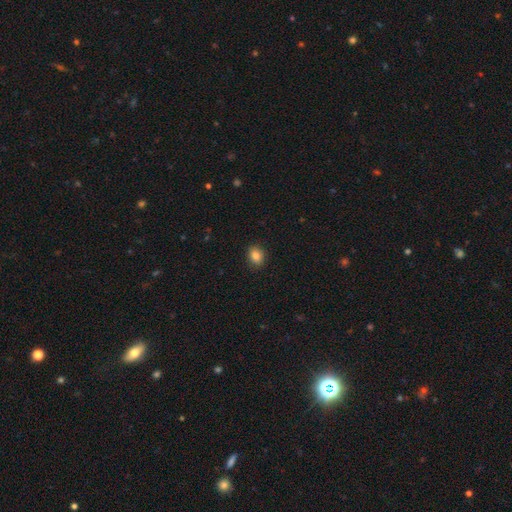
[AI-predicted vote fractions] smooth-or-featured: smooth: 85% | star or artifact: 10% | featured or disk: 5%
  how-rounded: in between: 51% | round: 48% | cigar-shaped: 1%
  merging: none: 90% | minor disturbance: 7% | major disturbance: 2% | merger: 1%